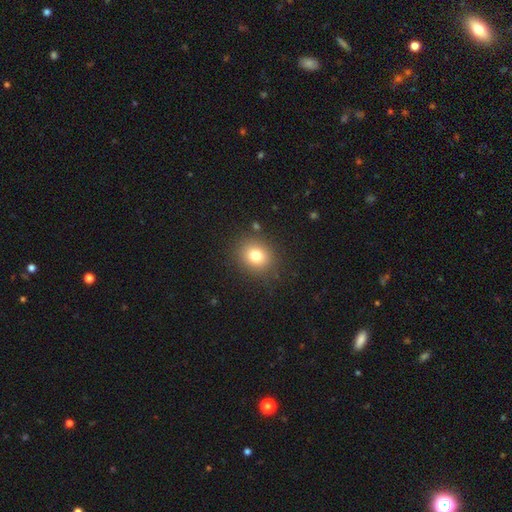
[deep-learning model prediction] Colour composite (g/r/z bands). It shows a smooth galaxy with no disk features (78%) that is round (72%). Merging: none (86%).